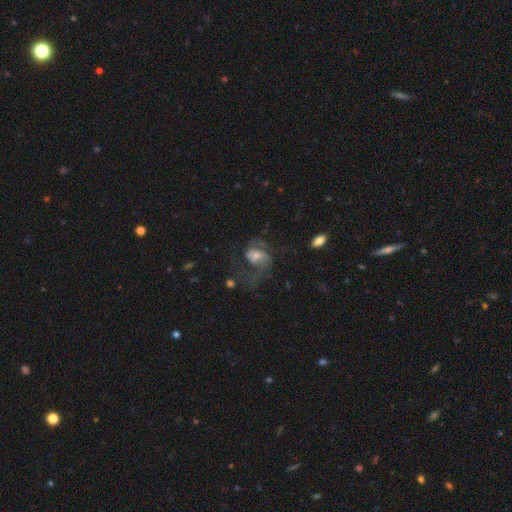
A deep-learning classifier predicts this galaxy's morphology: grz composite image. It shows a featured or disk galaxy (72%) with no bar (49%), 2 (65%) loose (44%, tied with medium) spiral arms (88%) and a small central bulge (41%). Merging: none (41%).